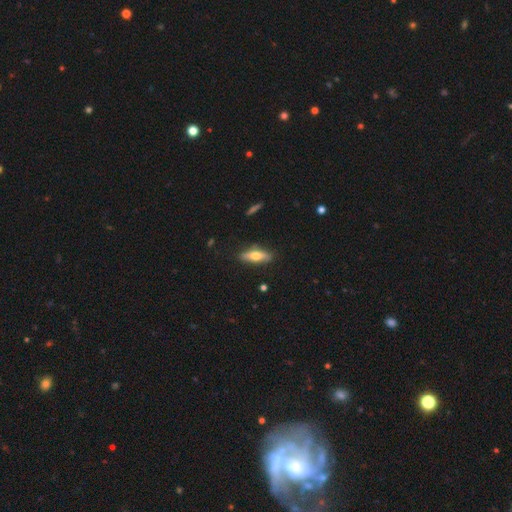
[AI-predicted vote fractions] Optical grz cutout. It shows a smooth galaxy with no disk features (54%) that is cigar-shaped (51%). Merging: none (83%).